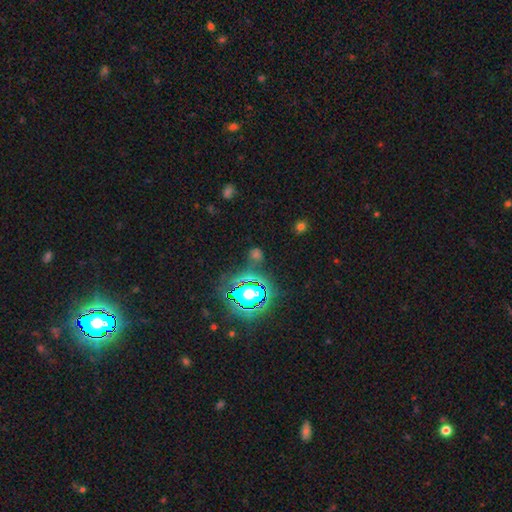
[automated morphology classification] A star or artifact, not a galaxy (63%).

Vote fractions:
- Smooth or featured? star or artifact: 63% / smooth: 26% / featured or disk: 10%